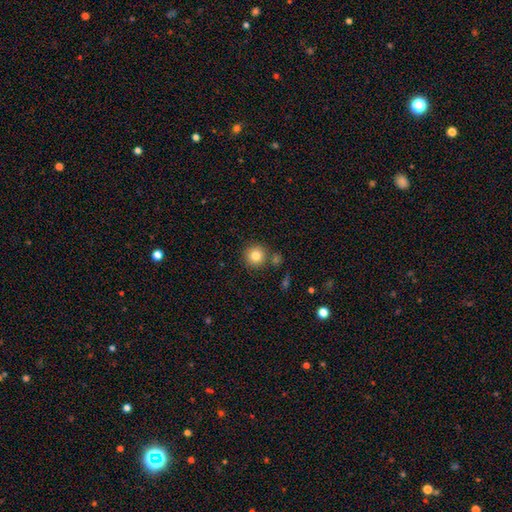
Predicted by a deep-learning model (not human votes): Overall: smooth (82%). How rounded: round (94%). Merging: none (81%).